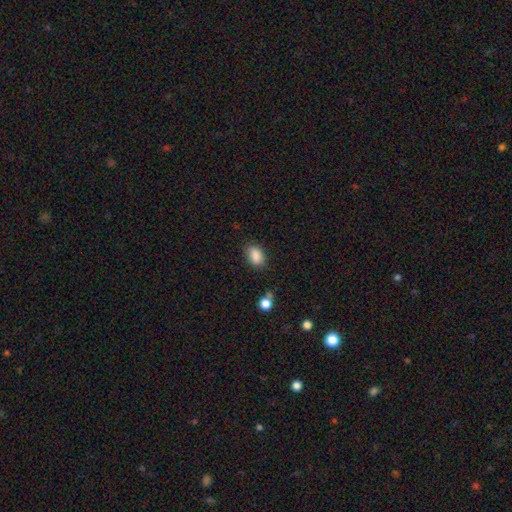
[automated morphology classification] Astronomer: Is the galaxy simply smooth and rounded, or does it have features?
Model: smooth — 87%.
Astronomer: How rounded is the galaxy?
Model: in between — 83%.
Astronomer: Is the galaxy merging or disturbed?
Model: none — 76%.